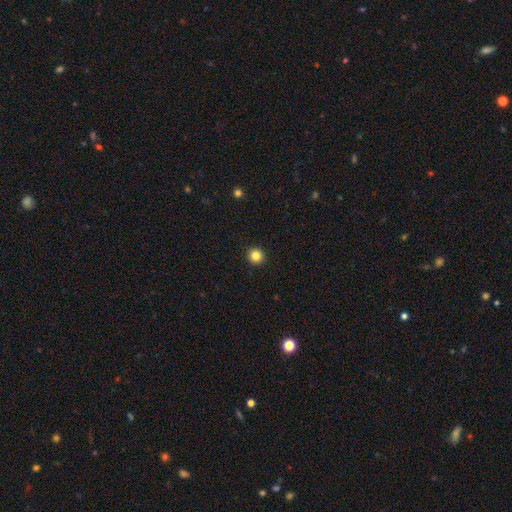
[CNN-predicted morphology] Smooth or featured? Predicted: smooth (p=0.84). How rounded? Predicted: round (p=0.95). Merging? Predicted: none (p=0.94).